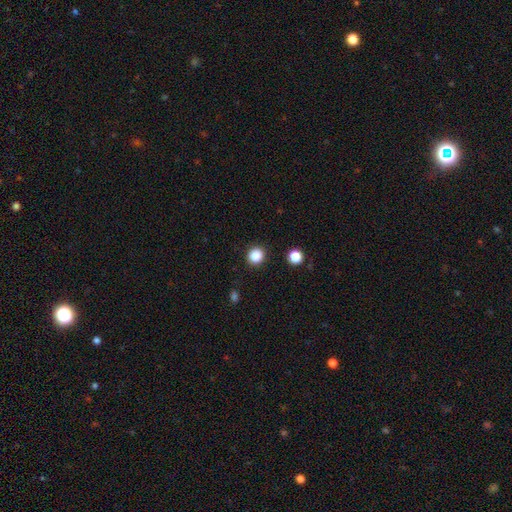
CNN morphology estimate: A smooth galaxy with no disk features (86%) that is round (89%). Merging: none (90%).